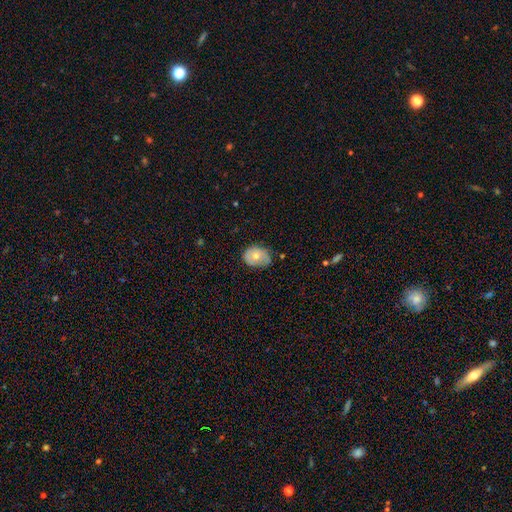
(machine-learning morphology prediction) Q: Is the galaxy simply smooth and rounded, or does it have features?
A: smooth — 68%.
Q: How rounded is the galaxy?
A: in between — 65%.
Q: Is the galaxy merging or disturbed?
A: none — 57%.